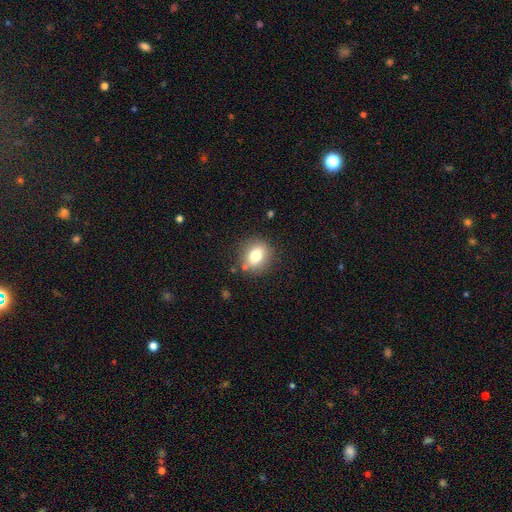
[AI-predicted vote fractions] Smooth or featured? Predicted: smooth (p=0.77). How rounded? Predicted: round (p=0.64). Merging? Predicted: none (p=0.83).